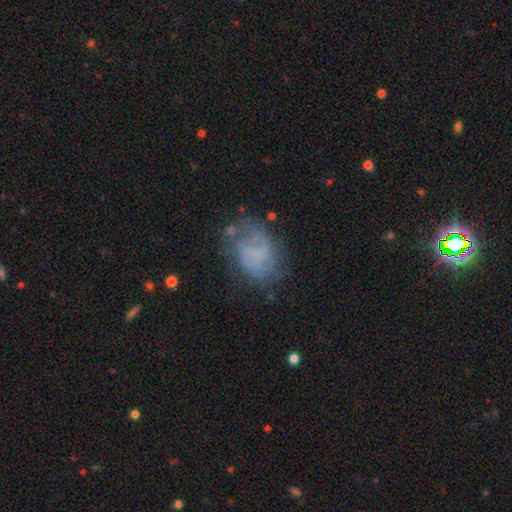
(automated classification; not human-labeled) This appears to be a featured or disk galaxy (59%) with no bar (72%), spiral arms (68%) and no central bulge (76%). Merging: none (50%).